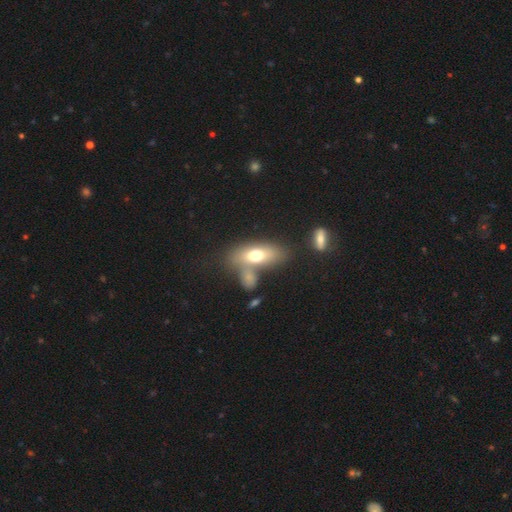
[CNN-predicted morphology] Overall: smooth (66%). How rounded: in between (79%). Merging: none (48%; merger 30%).